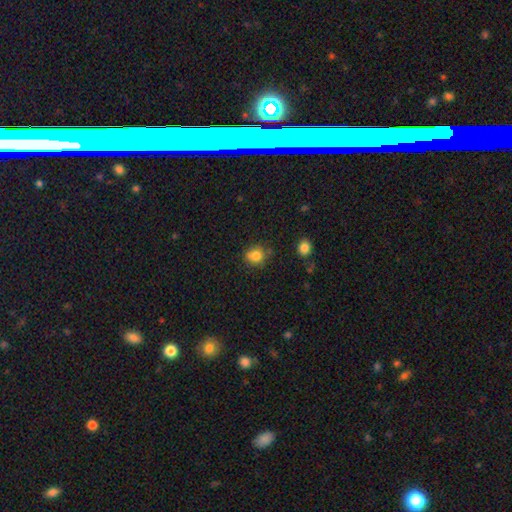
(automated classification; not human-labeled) Smooth or featured? smooth (82%)
How rounded? round (71%)
Merging? none (70%)